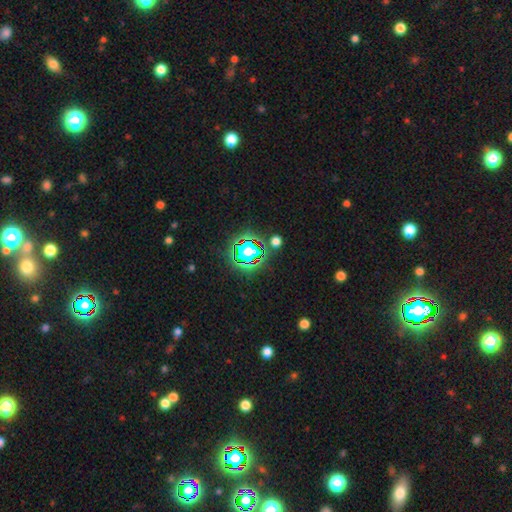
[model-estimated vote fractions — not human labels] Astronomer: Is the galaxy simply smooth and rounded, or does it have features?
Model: star or artifact — 80%.